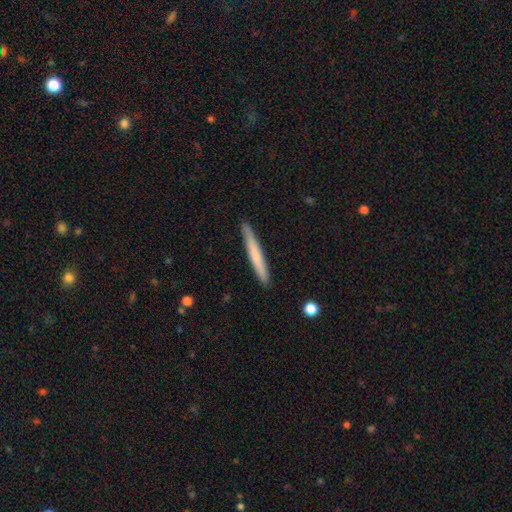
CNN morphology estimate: A smooth galaxy with no disk features (66%) that is cigar-shaped (97%). Merging: none (91%).